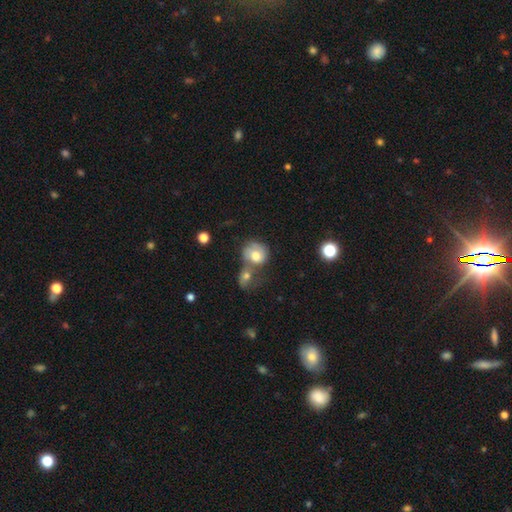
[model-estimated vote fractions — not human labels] This is likely a smooth galaxy (64%). How rounded: likely round (68%). Merging: possibly merger (57%).